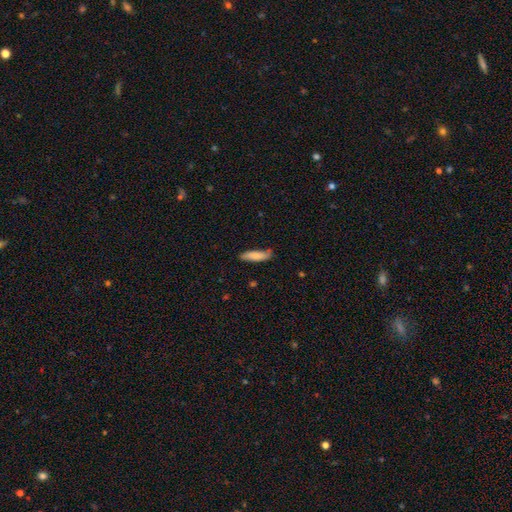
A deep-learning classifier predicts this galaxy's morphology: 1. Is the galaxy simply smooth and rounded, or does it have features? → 80% smooth, 14% featured or disk, 6% star or artifact.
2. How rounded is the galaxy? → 66% cigar-shaped, 33% in between, 2% round.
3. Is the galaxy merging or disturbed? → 76% none, 20% minor disturbance, 3% major disturbance, 2% merger.